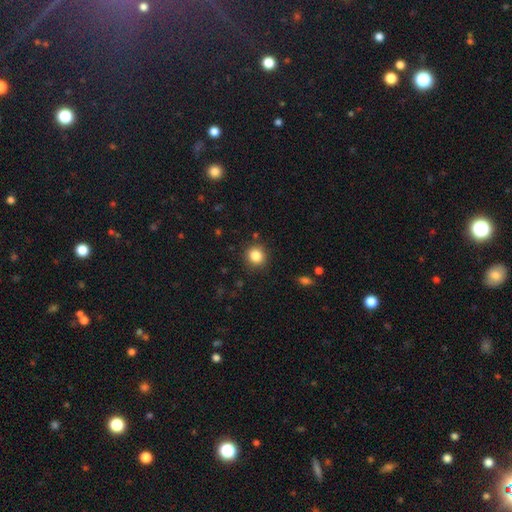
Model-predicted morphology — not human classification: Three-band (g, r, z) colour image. It shows a smooth galaxy with no disk features (84%) that is round (86%). Merging: none (89%).